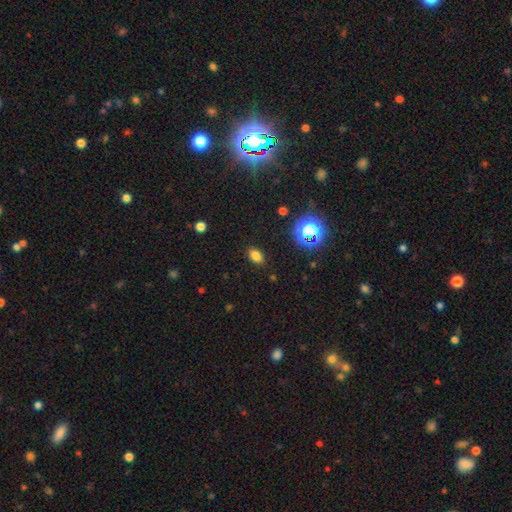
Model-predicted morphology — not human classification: smooth 78%, star or artifact 16%, featured or disk 5%. Down the decision tree: how rounded — in between (79%); merging — none (87%).